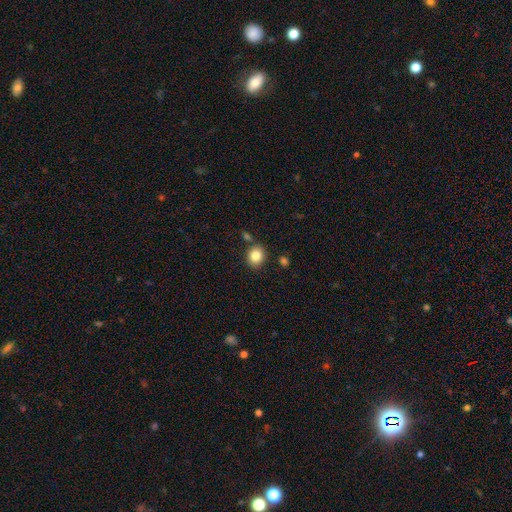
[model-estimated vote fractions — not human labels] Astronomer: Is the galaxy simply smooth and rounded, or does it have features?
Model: smooth — 84%.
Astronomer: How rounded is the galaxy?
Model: round — 63%.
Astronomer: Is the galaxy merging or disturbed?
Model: none — 81%.